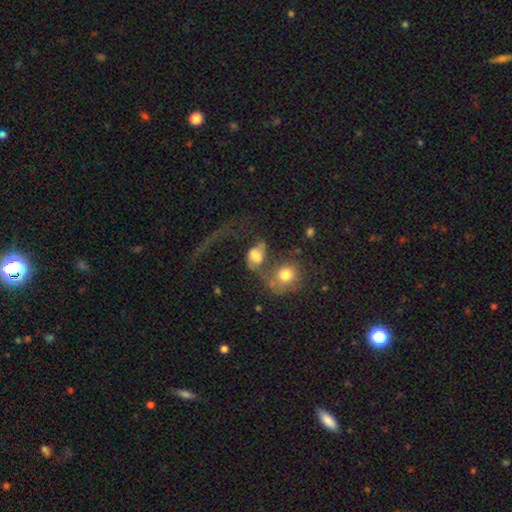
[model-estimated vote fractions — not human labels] smooth 46%, featured or disk 43%, star or artifact 12%. Down the decision tree: merging — merger (51%).